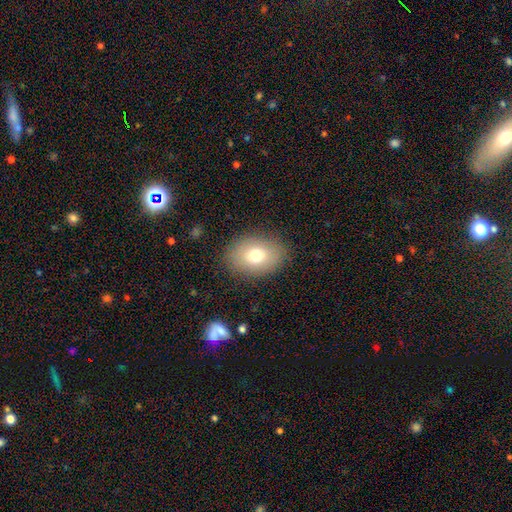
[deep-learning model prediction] Smooth or featured?
  - smooth: 73% *
  - featured or disk: 16%
  - star or artifact: 10%
How rounded?
  - in between: 73% *
  - round: 26%
  - cigar-shaped: 1%
Merging?
  - none: 85% *
  - minor disturbance: 10%
  - major disturbance: 4%
  - merger: 1%